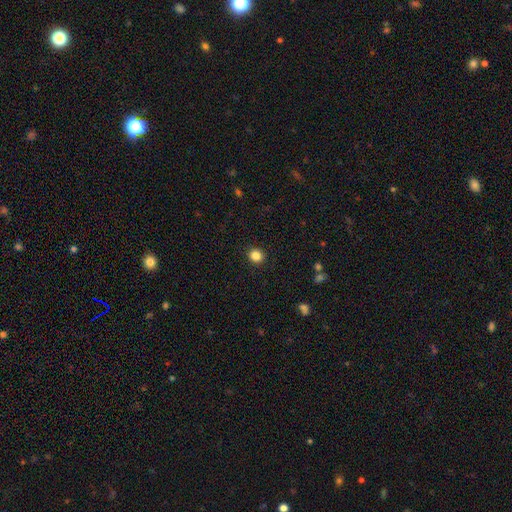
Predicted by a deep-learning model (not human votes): smooth-or-featured: smooth: 85% | star or artifact: 11% | featured or disk: 4%
  how-rounded: round: 86% | in between: 13% | cigar-shaped: 1%
  merging: none: 92% | minor disturbance: 5% | major disturbance: 2% | merger: 1%